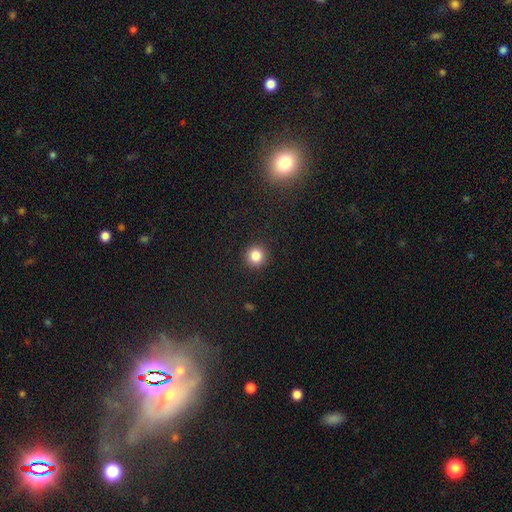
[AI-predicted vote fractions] smooth-or-featured: smooth: 84% | star or artifact: 11% | featured or disk: 4%
  how-rounded: round: 94% | in between: 5% | cigar-shaped: 1%
  merging: none: 92% | minor disturbance: 5% | major disturbance: 2% | merger: 1%